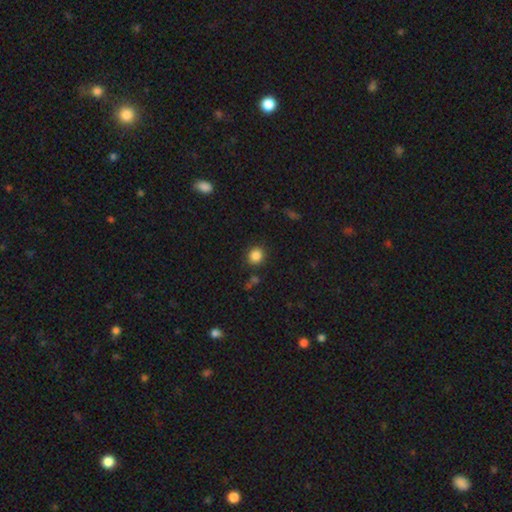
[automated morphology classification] The model was most divided on "how rounded": round: 82%, in between: 17%, cigar-shaped: 1%. More confident: merging — none (87%); smooth or featured — smooth (86%).